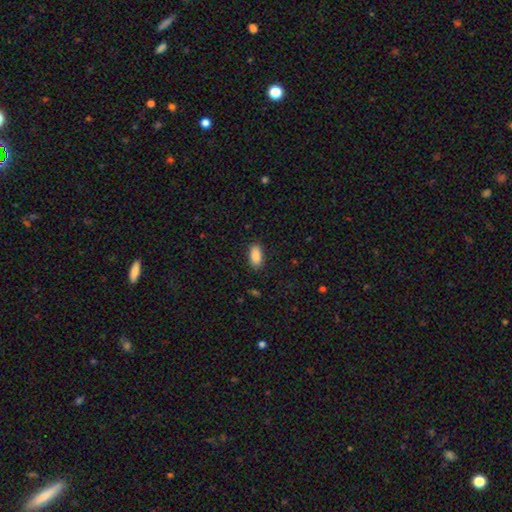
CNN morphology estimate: A smooth galaxy with no disk features (89%) that is in between round and cigar-shaped (92%). Merging: none (88%).